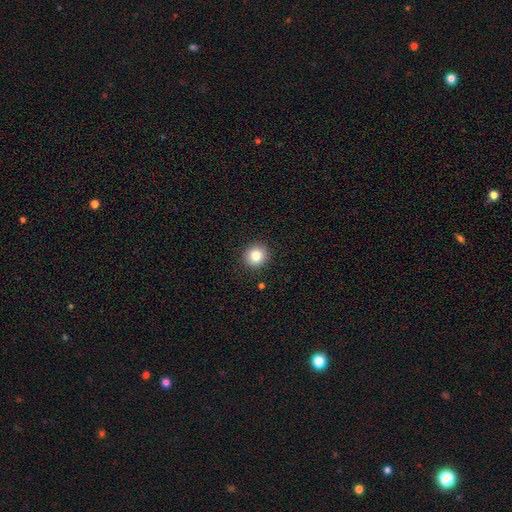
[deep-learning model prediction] smooth_or_featured: smooth (p=0.82) [alt: star or artifact p=0.11]
how_rounded: round (p=0.90) [alt: in between p=0.09]
merging: none (p=0.91) [alt: minor disturbance p=0.06]